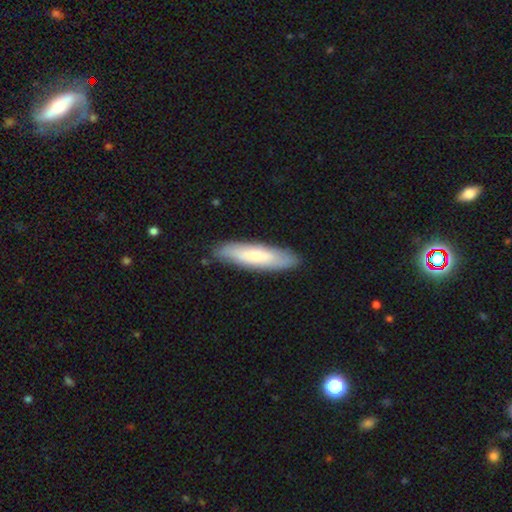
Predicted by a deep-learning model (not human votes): smooth_or_featured: smooth (p=0.62) [alt: featured or disk p=0.33]
how_rounded: cigar-shaped (p=0.68) [alt: in between p=0.30]
merging: none (p=0.85) [alt: minor disturbance p=0.11]